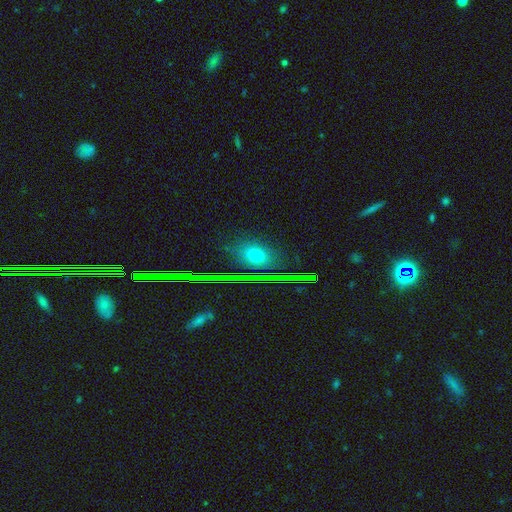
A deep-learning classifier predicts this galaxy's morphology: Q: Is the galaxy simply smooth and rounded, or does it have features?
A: smooth — 67%.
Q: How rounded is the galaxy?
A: in between — 61%.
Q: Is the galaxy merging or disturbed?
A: none — 84%.